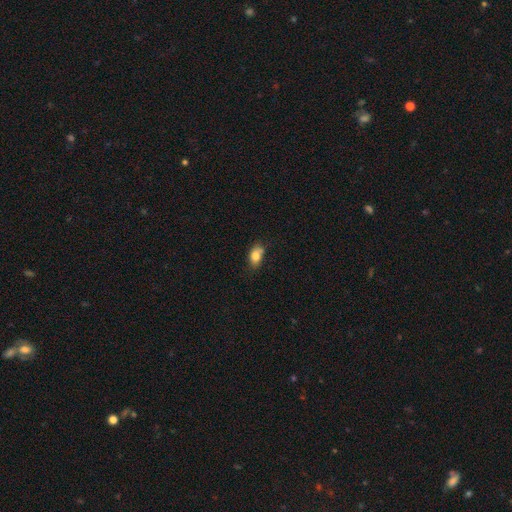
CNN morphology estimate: Smooth or featured?
  - smooth: 81% *
  - featured or disk: 10%
  - star or artifact: 9%
How rounded?
  - in between: 81% *
  - round: 16%
  - cigar-shaped: 3%
Merging?
  - none: 57% *
  - minor disturbance: 28%
  - merger: 8%
  - major disturbance: 6%